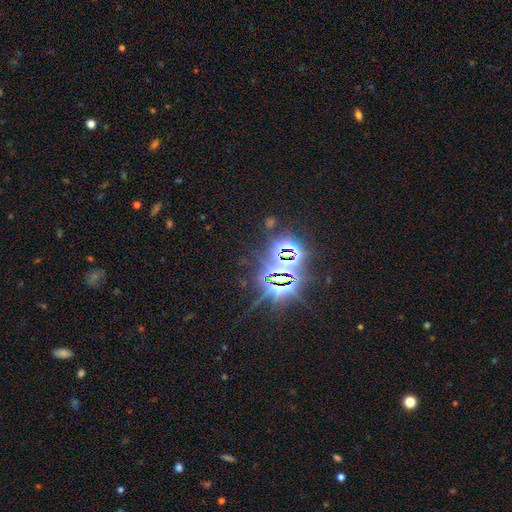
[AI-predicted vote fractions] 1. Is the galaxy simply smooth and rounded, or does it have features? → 82% star or artifact, 9% smooth, 9% featured or disk.